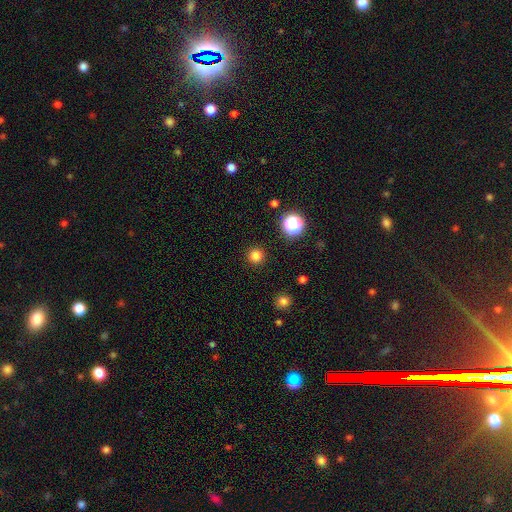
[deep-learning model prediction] smooth_or_featured: smooth (p=0.80) [alt: star or artifact p=0.16]
how_rounded: round (p=0.96) [alt: in between p=0.03]
merging: none (p=0.92) [alt: minor disturbance p=0.05]